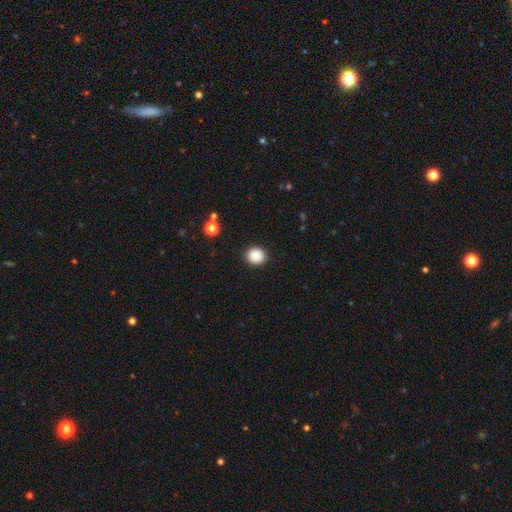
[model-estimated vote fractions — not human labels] smooth-or-featured: smooth: 88% | star or artifact: 9% | featured or disk: 3%
  how-rounded: round: 83% | in between: 17% | cigar-shaped: 1%
  merging: none: 91% | minor disturbance: 6% | major disturbance: 2% | merger: 1%